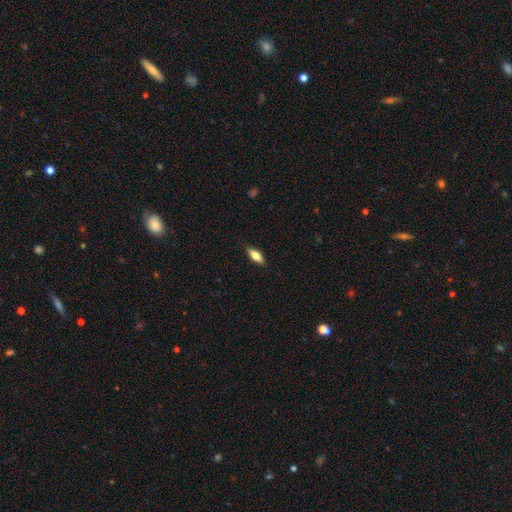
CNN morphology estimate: type=smooth (67%); roundness=in between (67%); merging=none (88%).